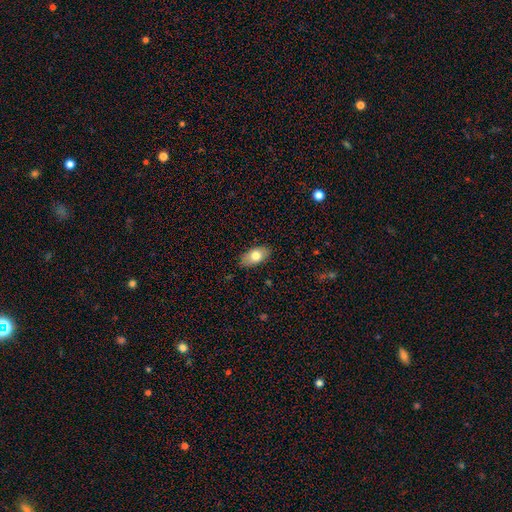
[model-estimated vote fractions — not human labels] Morphology: type=smooth (76%); roundness=in between (92%); merging=none (85%).